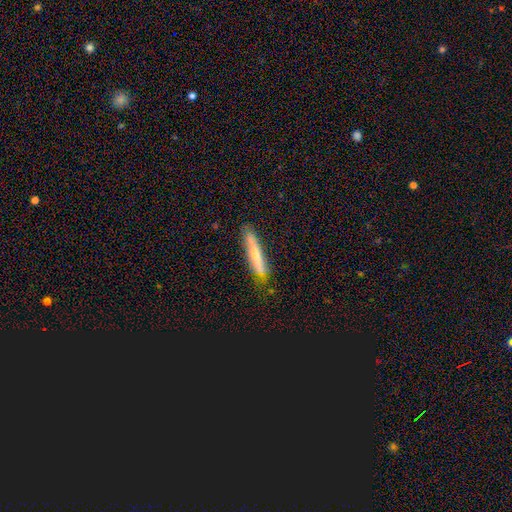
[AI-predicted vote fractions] The model was most divided on "smooth or featured": featured or disk: 48%, smooth: 45%, star or artifact: 8%. More confident: merging — none (80%).